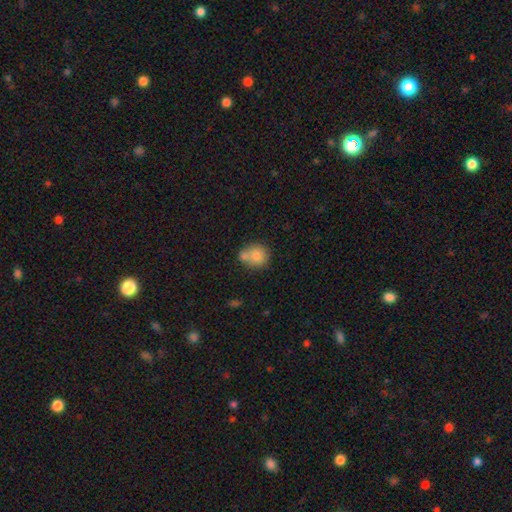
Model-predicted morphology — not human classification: smooth 76%, featured or disk 14%, star or artifact 10%. Down the decision tree: how rounded — round (85%); merging — none (47%).